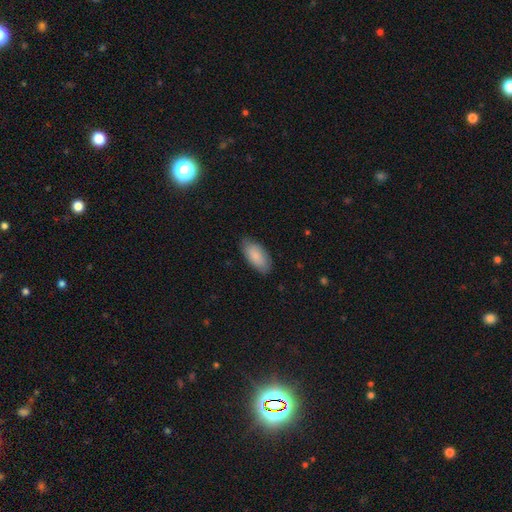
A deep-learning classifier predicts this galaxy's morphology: smooth 86%, featured or disk 9%, star or artifact 5%. Down the decision tree: how rounded — in between (93%); merging — none (82%).